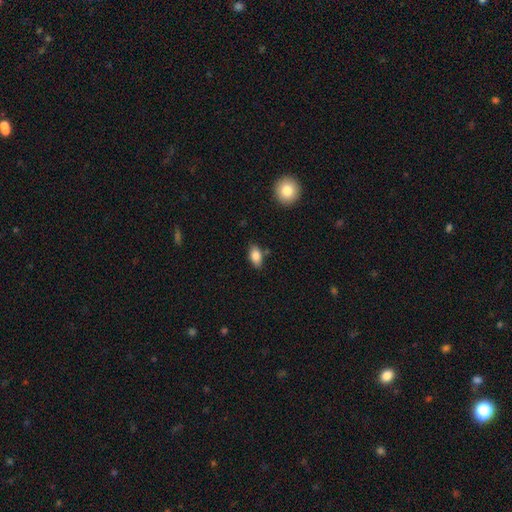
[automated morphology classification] This appears to be a smooth galaxy with no disk features (85%) that is in between round and cigar-shaped (90%). Merging: none (79%).